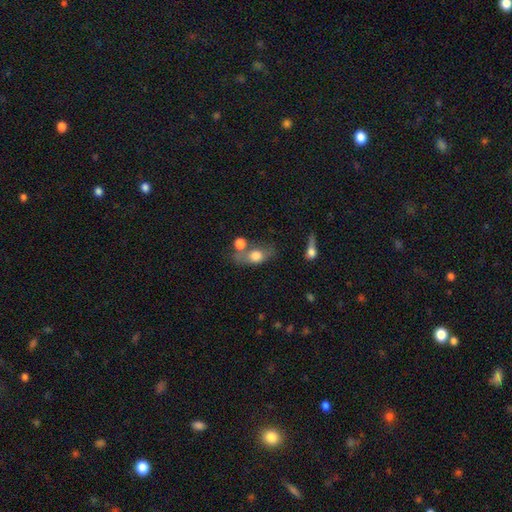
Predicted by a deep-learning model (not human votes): A smooth galaxy with no disk features (68%) that is in between round and cigar-shaped (67%).

Vote fractions:
- Smooth or featured? smooth: 68% / featured or disk: 23% / star or artifact: 9%
- How rounded? in between: 67% / round: 24% / cigar-shaped: 8%
- Merging? none: 46% / merger: 26% / minor disturbance: 18% / major disturbance: 10%